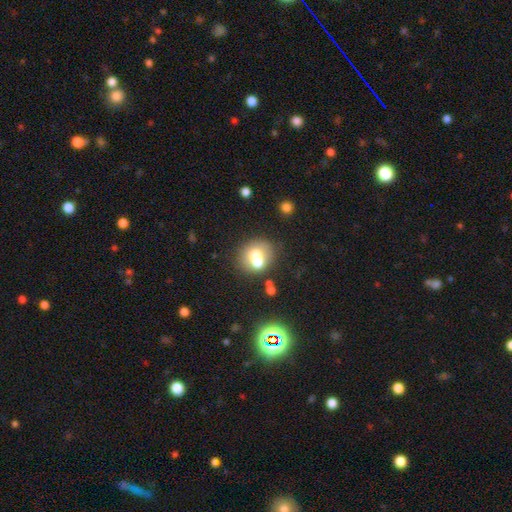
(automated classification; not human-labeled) A smooth galaxy with no disk features (64%) that is round (75%).

Vote fractions:
- Smooth or featured? smooth: 64% / featured or disk: 25% / star or artifact: 11%
- How rounded? round: 75% / in between: 24% / cigar-shaped: 1%
- Merging? merger: 51% / none: 37% / minor disturbance: 9% / major disturbance: 4%